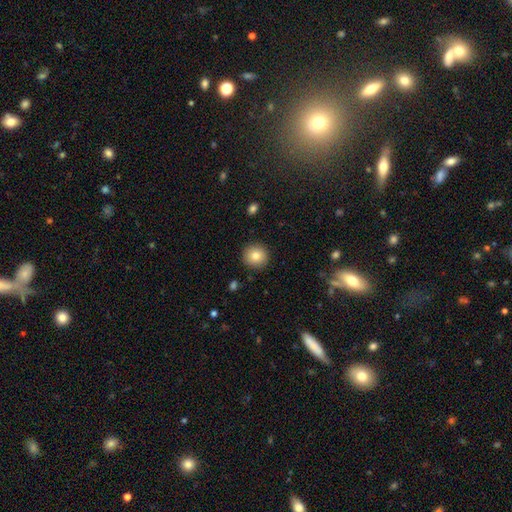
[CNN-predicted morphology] type=smooth (81%); roundness=round (94%); merging=none (91%).